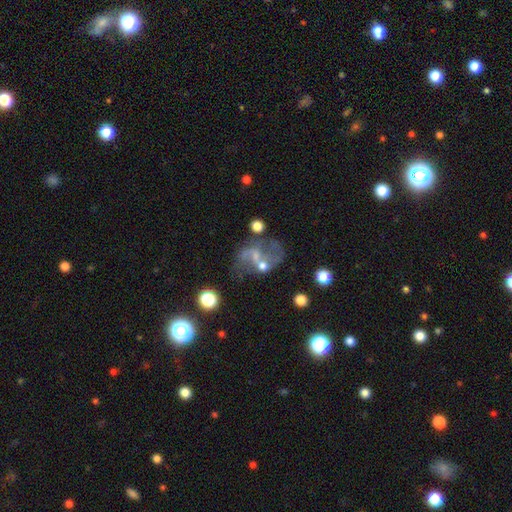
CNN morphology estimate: This appears to be a featured or disk galaxy (63%) with no bar (53%), spiral arms (65%) and a small central bulge (47%). Merging: none (37%).